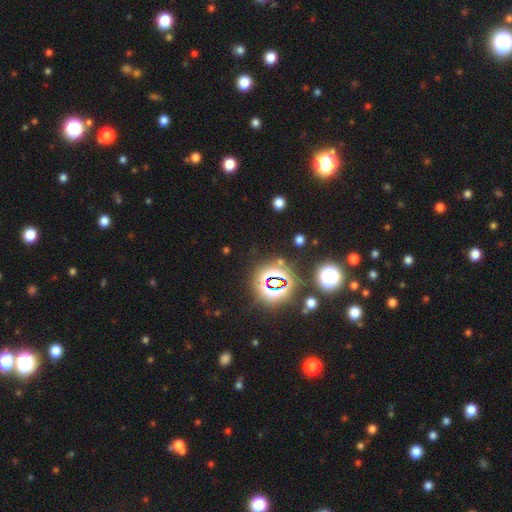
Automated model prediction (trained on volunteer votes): Q: Smooth or featured?
A: star or artifact (80%); runner-up: smooth (13%)